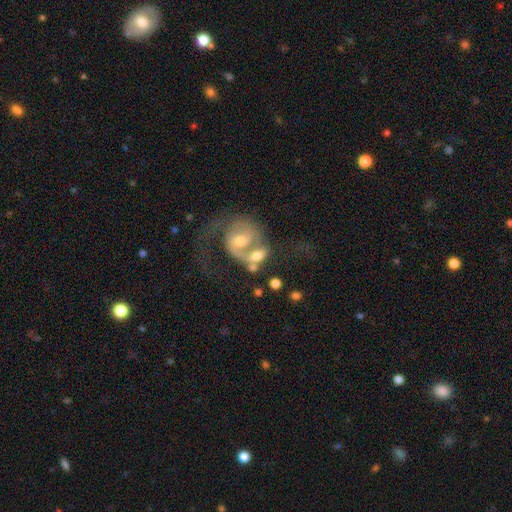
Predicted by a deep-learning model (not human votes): This appears to be a featured or disk galaxy (80%) with no bar (51%), 2 (66%) medium (45%) spiral arms (92%) and a moderate central bulge (54%). Merging: merger (42%).